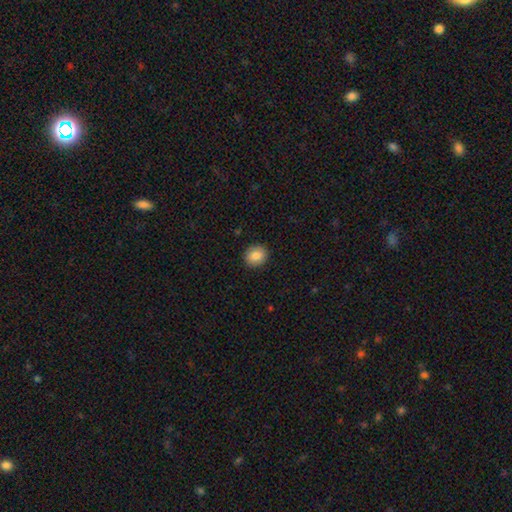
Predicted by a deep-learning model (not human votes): Overall: smooth (84%). How rounded: round (77%). Merging: none (91%).